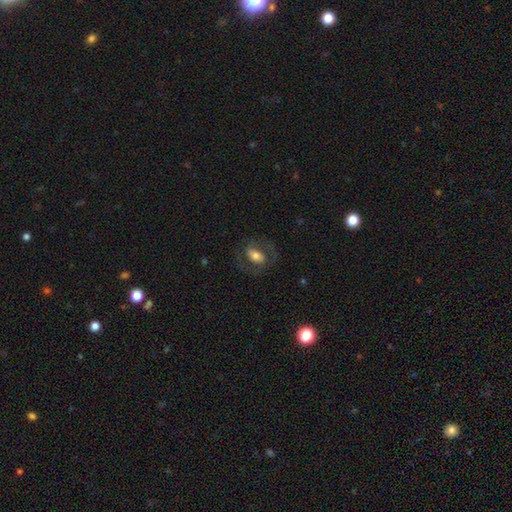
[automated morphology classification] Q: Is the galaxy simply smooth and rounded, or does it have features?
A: smooth — 47%.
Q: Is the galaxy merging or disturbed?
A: none — 68%.